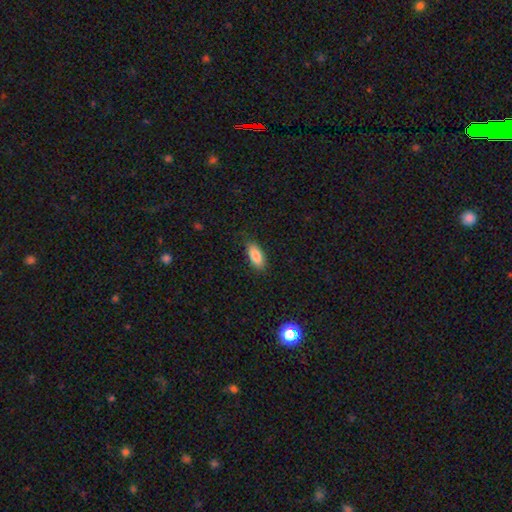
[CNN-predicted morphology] This appears to be a smooth galaxy with no disk features (85%) that is in between round and cigar-shaped (85%). Merging: none (83%).